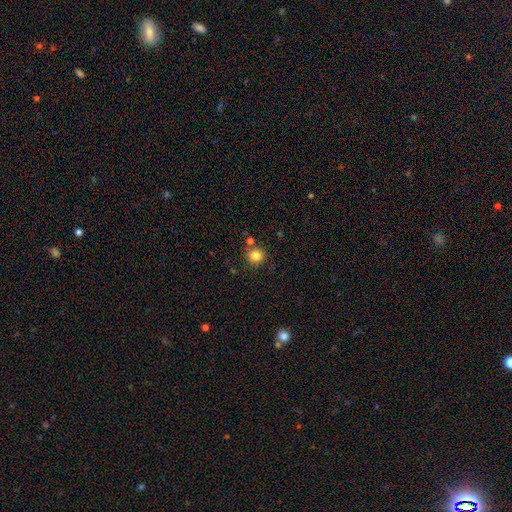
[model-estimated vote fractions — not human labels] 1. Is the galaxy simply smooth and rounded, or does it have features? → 82% smooth, 12% star or artifact, 6% featured or disk.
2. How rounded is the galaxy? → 87% round, 12% in between, 1% cigar-shaped.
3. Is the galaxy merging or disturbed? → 78% none, 10% minor disturbance, 9% merger, 3% major disturbance.